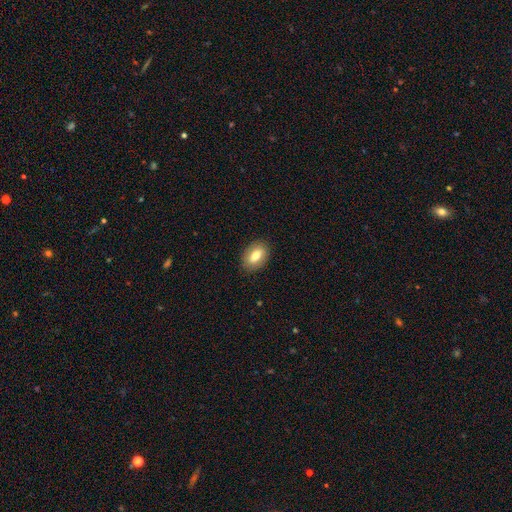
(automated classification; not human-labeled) A smooth galaxy with no disk features (76%) that is in between round and cigar-shaped (85%).

Vote fractions:
- Smooth or featured? smooth: 76% / featured or disk: 17% / star or artifact: 7%
- How rounded? in between: 85% / round: 13% / cigar-shaped: 2%
- Merging? none: 87% / minor disturbance: 10% / major disturbance: 2% / merger: 1%